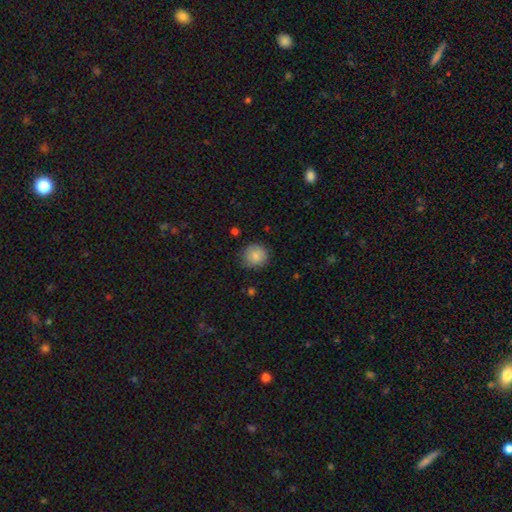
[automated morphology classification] smooth_or_featured: smooth (p=0.86) [alt: star or artifact p=0.08]
how_rounded: round (p=0.90) [alt: in between p=0.09]
merging: none (p=0.82) [alt: minor disturbance p=0.14]